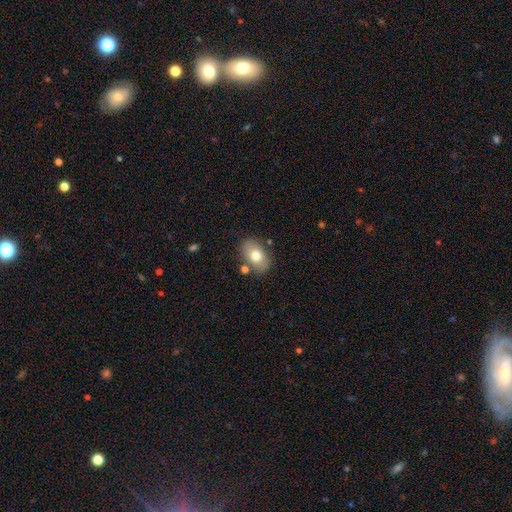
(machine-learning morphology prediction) Smooth or featured? smooth (74%)
How rounded? in between (85%)
Merging? none (79%)